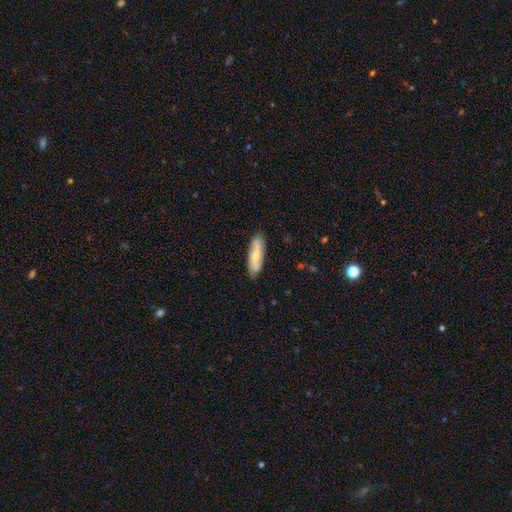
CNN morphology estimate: This is likely a smooth galaxy (65%). How rounded: possibly cigar-shaped (54%). Merging: clearly none (86%).